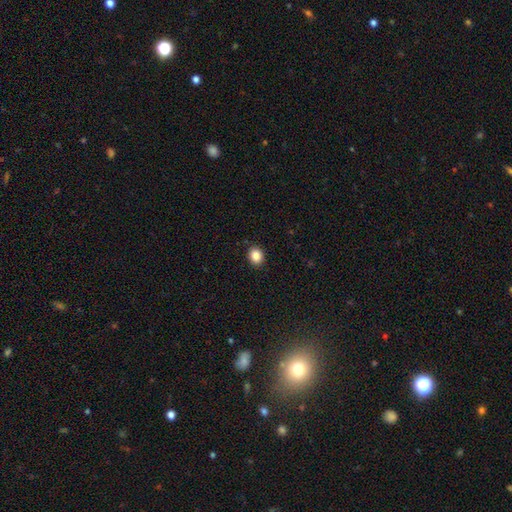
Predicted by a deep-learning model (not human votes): Smooth or featured?
  - smooth: 85% *
  - star or artifact: 10%
  - featured or disk: 5%
How rounded?
  - round: 68% *
  - in between: 32%
  - cigar-shaped: 1%
Merging?
  - none: 91% *
  - minor disturbance: 7%
  - major disturbance: 2%
  - merger: 1%